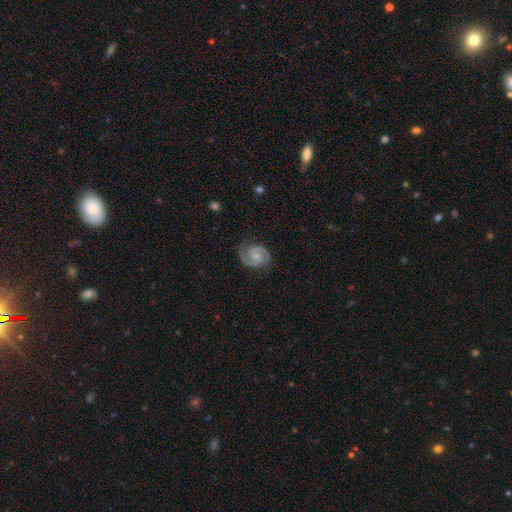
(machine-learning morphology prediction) smooth_or_featured: featured or disk (p=0.91) [alt: smooth p=0.05]
disk_edge_on: no (p=0.98) [alt: yes p=0.02]
bar: no (p=0.53) [alt: weak p=0.39]
has_spiral_arms: yes (p=0.98) [alt: no p=0.02]
spiral_winding: medium (p=0.55) [alt: tight p=0.35]
spiral_arm_count: 2 (p=0.94) [alt: can't tell p=0.02]
bulge_size: small (p=0.55) [alt: moderate p=0.24]
merging: none (p=0.82) [alt: minor disturbance p=0.13]